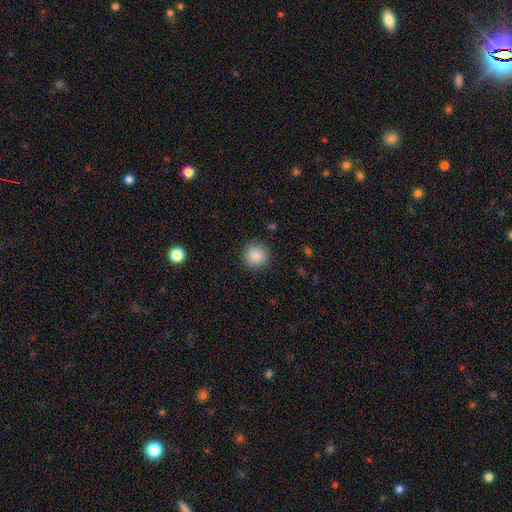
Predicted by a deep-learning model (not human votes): Smooth or featured? smooth (88%)
How rounded? round (95%)
Merging? none (90%)